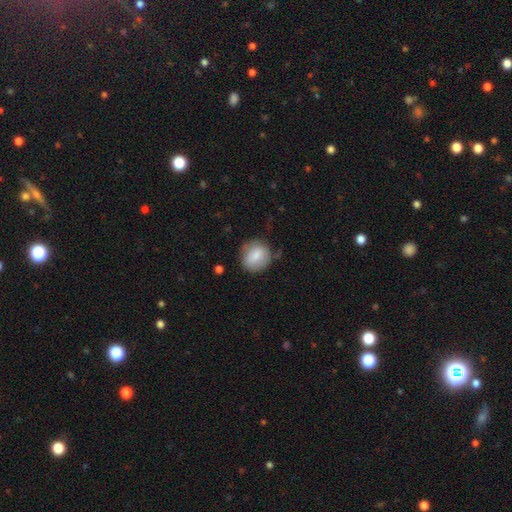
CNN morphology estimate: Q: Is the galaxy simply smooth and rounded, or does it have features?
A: smooth — 76%.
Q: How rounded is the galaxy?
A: round — 77%.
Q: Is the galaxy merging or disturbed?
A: none — 72%.